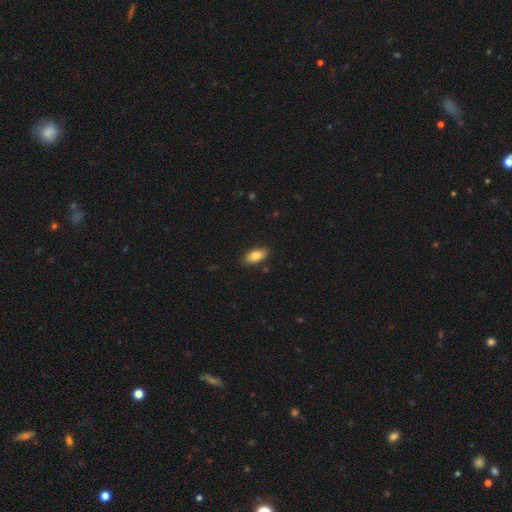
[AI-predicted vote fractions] Smooth or featured? Predicted: smooth (p=0.84). How rounded? Predicted: in between (p=0.91). Merging? Predicted: none (p=0.86).